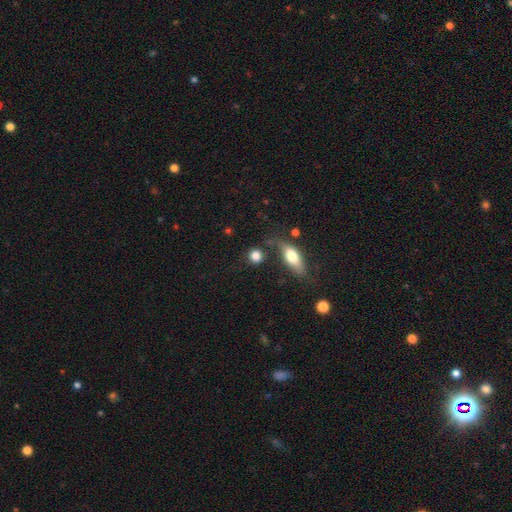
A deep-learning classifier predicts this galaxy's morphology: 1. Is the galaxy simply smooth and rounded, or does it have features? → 83% smooth, 10% star or artifact, 8% featured or disk.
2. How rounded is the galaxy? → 81% round, 16% in between, 3% cigar-shaped.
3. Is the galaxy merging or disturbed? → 73% none, 13% minor disturbance, 9% merger, 5% major disturbance.